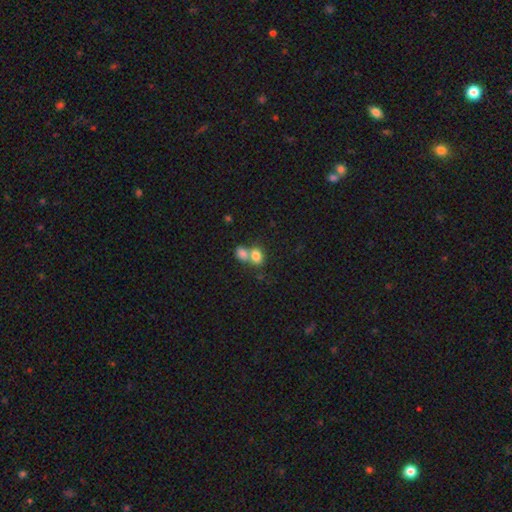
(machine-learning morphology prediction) Smooth or featured? smooth (80%)
How rounded? in between (70%)
Merging? merger (58%)